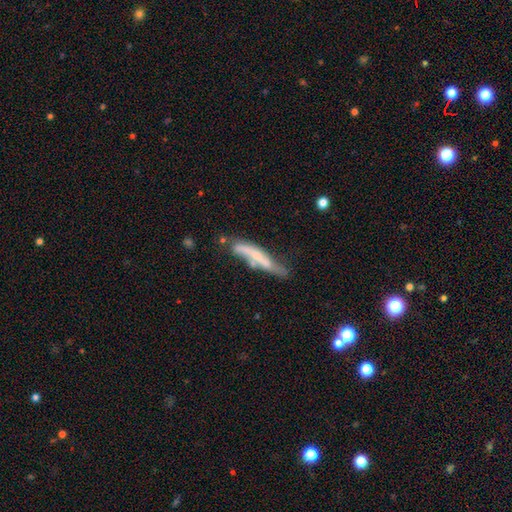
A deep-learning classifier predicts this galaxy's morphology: smooth_or_featured: featured or disk (p=0.54) [alt: smooth p=0.38]
disk_edge_on: yes (p=0.61) [alt: no p=0.39]
merging: none (p=0.46) [alt: minor disturbance p=0.28]